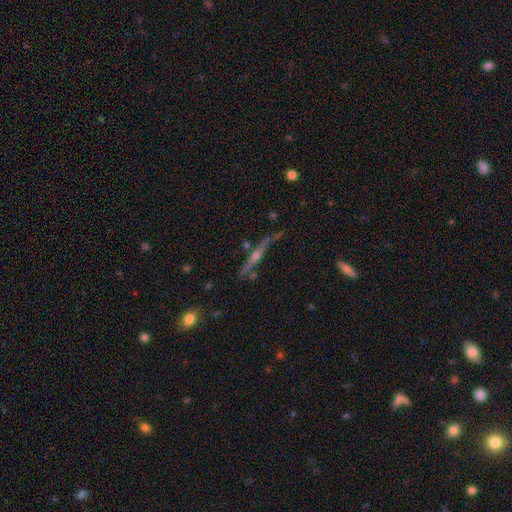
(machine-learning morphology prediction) Smooth or featured: featured or disk — 77% (smooth — 15%)
Edge-on disk: yes — 96% (no — 4%)
Edge-on bulge: rounded — 81% (none — 12%)
Merging: none — 73% (minor disturbance — 16%)